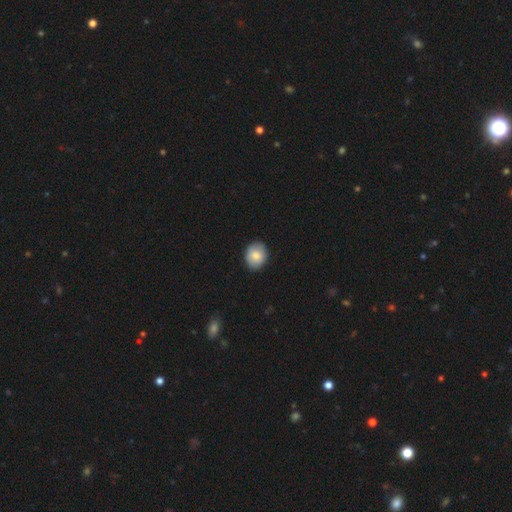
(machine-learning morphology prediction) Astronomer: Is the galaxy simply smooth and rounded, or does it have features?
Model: smooth — 81%.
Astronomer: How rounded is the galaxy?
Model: round — 56% (runner-up: in between, 43%).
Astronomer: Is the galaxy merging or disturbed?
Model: none — 86%.